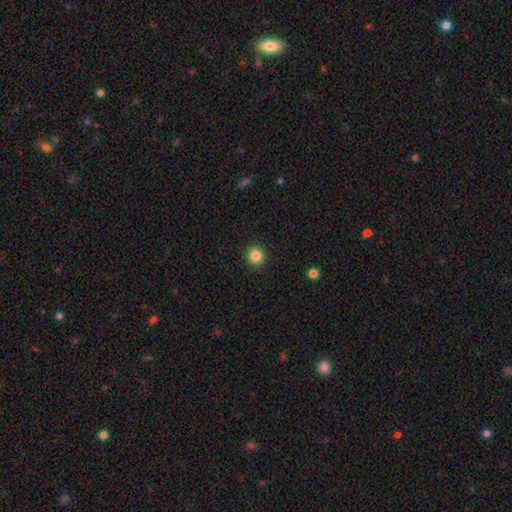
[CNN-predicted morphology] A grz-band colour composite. It shows a smooth galaxy with no disk features (85%) that is round (89%). Merging: none (92%).